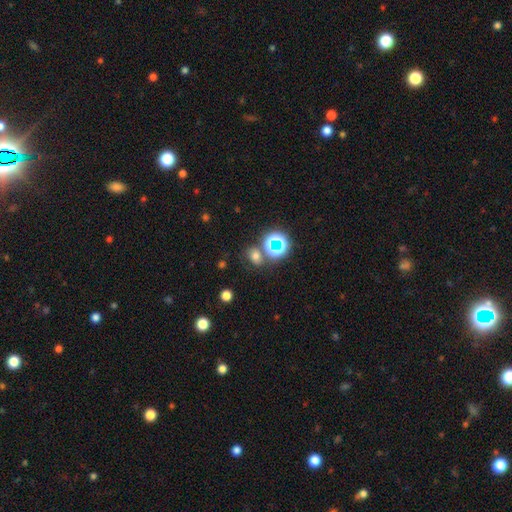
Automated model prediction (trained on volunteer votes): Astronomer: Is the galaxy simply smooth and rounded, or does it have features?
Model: smooth — 60%.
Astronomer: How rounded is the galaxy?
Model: round — 53% (runner-up: in between, 46%).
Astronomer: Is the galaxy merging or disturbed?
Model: none — 66%.